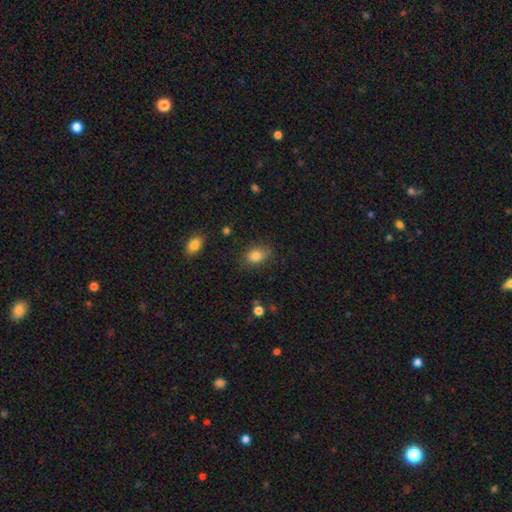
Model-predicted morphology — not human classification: A smooth galaxy with no disk features (83%) that is in between round and cigar-shaped (73%). Merging: none (76%).